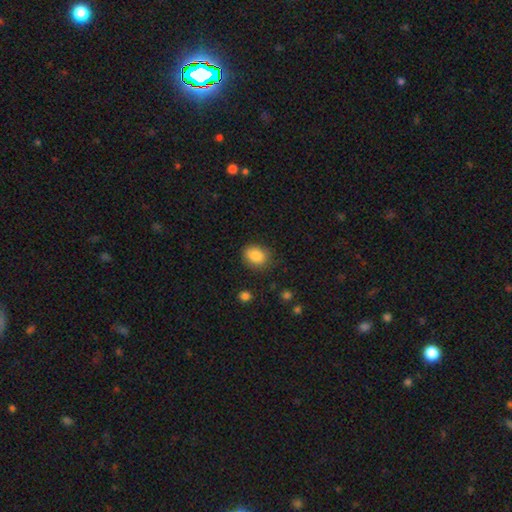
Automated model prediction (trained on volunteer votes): Smooth or featured? Predicted: smooth (p=0.85). How rounded? Predicted: in between (p=0.57). Merging? Predicted: none (p=0.80).